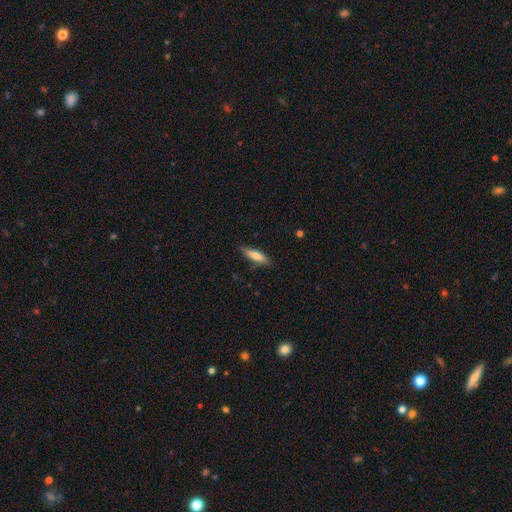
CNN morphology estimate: A smooth galaxy with no disk features (70%) that is cigar-shaped (71%).

Vote fractions:
- Smooth or featured? smooth: 70% / featured or disk: 24% / star or artifact: 6%
- How rounded? cigar-shaped: 71% / in between: 27% / round: 2%
- Merging? none: 81% / minor disturbance: 15% / major disturbance: 3% / merger: 1%